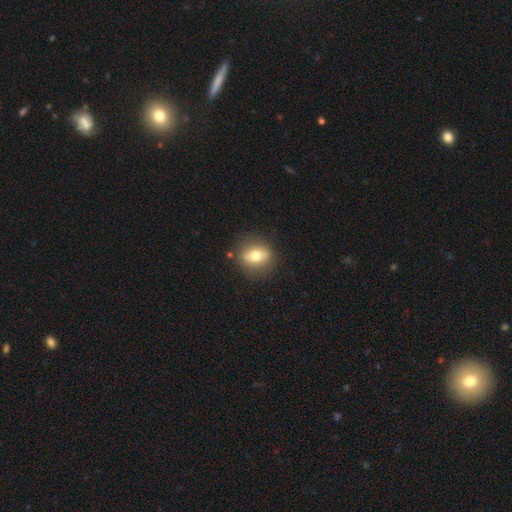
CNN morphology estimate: smooth 67%, featured or disk 24%, star or artifact 9%. Down the decision tree: how rounded — round (57%); merging — none (85%).